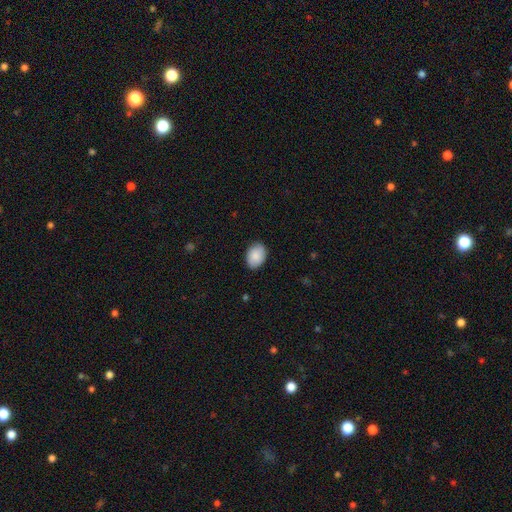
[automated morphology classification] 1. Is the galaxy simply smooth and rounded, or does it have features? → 88% smooth, 6% star or artifact, 6% featured or disk.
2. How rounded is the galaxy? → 82% in between, 17% round, 1% cigar-shaped.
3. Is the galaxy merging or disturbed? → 86% none, 11% minor disturbance, 2% major disturbance, 1% merger.